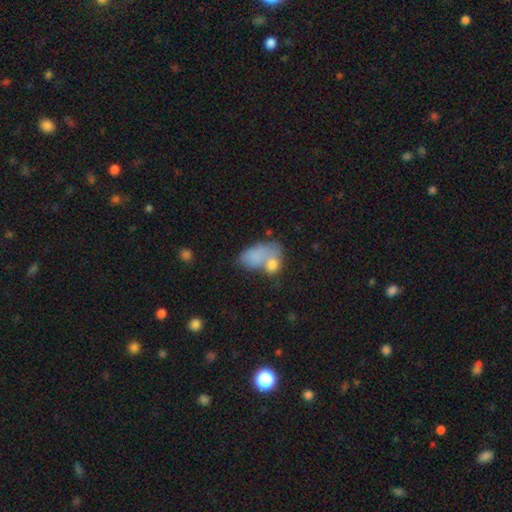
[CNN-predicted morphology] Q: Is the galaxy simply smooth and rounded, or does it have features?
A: smooth — 75%.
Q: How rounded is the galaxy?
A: in between — 86%.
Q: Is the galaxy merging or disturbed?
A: merger — 51%.